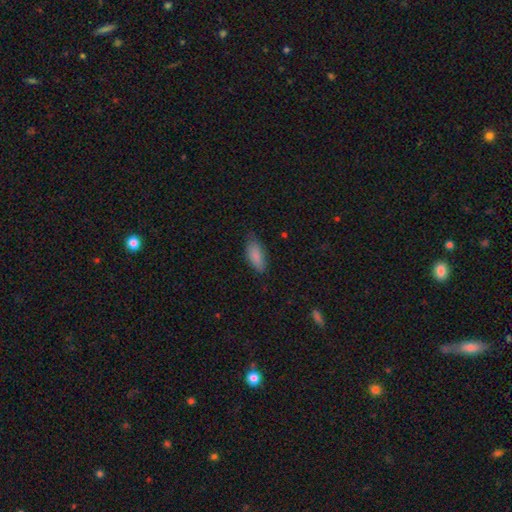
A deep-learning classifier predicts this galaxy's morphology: This appears to be a smooth galaxy with no disk features (87%) that is in between round and cigar-shaped (84%). Merging: none (72%).